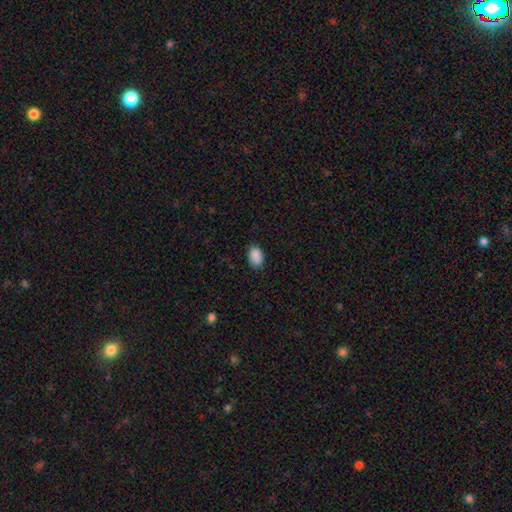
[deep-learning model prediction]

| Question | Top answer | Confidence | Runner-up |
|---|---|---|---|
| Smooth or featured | smooth | 89% | star or artifact (8%) |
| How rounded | in between | 86% | round (13%) |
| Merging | none | 81% | minor disturbance (15%) |